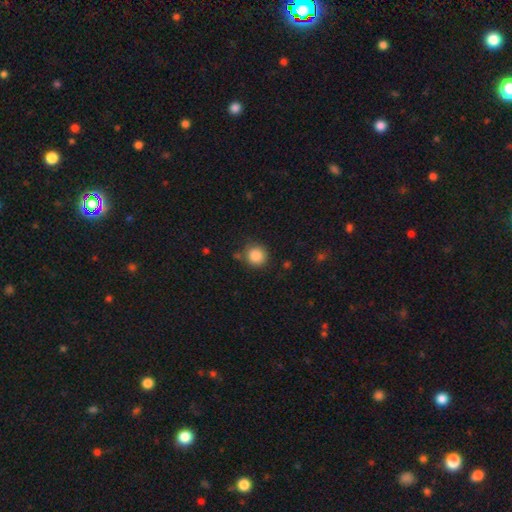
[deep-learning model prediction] Q: Smooth or featured?
A: smooth (87%); runner-up: star or artifact (9%)
Q: How rounded?
A: round (91%); runner-up: in between (8%)
Q: Merging?
A: none (80%); runner-up: minor disturbance (12%)